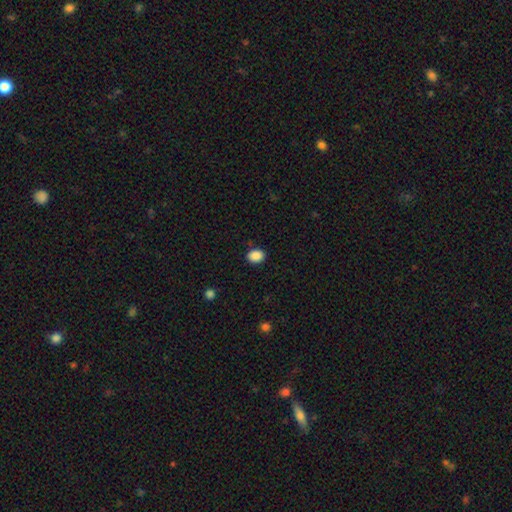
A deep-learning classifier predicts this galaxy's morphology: Q: Smooth or featured?
A: smooth (89%); runner-up: star or artifact (8%)
Q: How rounded?
A: in between (61%); runner-up: round (38%)
Q: Merging?
A: none (89%); runner-up: minor disturbance (8%)